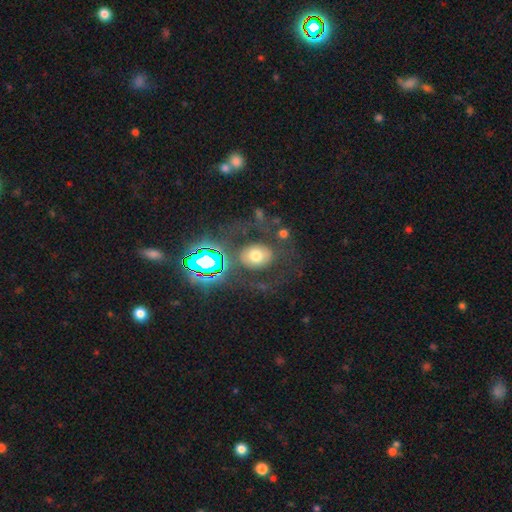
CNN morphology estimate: Q: Smooth or featured?
A: smooth (55%); runner-up: featured or disk (27%)
Q: How rounded?
A: round (50%); runner-up: in between (49%)
Q: Merging?
A: none (64%); runner-up: major disturbance (17%)